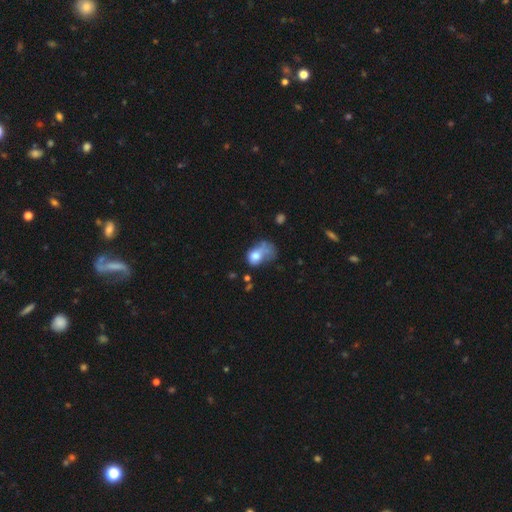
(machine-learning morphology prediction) Smooth or featured?
  - smooth: 65% *
  - featured or disk: 25%
  - star or artifact: 11%
How rounded?
  - in between: 68% *
  - round: 30%
  - cigar-shaped: 1%
Merging?
  - major disturbance: 45% *
  - minor disturbance: 20%
  - merger: 19%
  - none: 17%